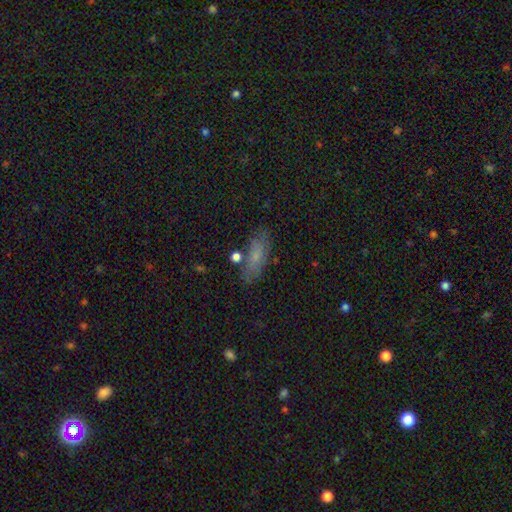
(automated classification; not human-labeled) This appears to be a smooth galaxy with no disk features (69%) that is in between round and cigar-shaped (67%). Merging: none (76%).